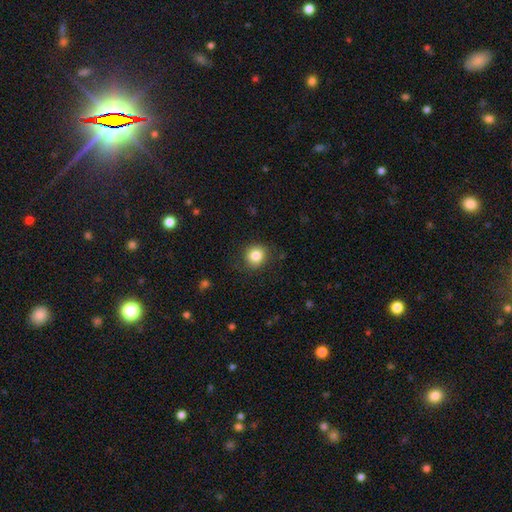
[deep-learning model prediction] Smooth or featured? smooth (84%)
How rounded? round (86%)
Merging? none (85%)